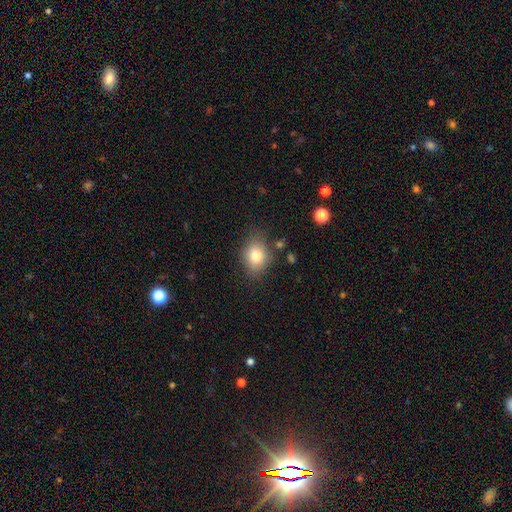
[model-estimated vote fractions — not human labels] Smooth or featured? Predicted: smooth (p=0.80). How rounded? Predicted: in between (p=0.50). Merging? Predicted: none (p=0.75).